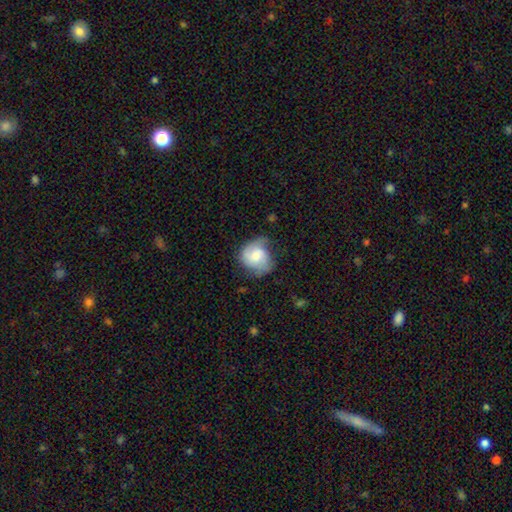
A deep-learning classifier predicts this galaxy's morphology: Smooth or featured? smooth (48%)
Merging? none (46%)